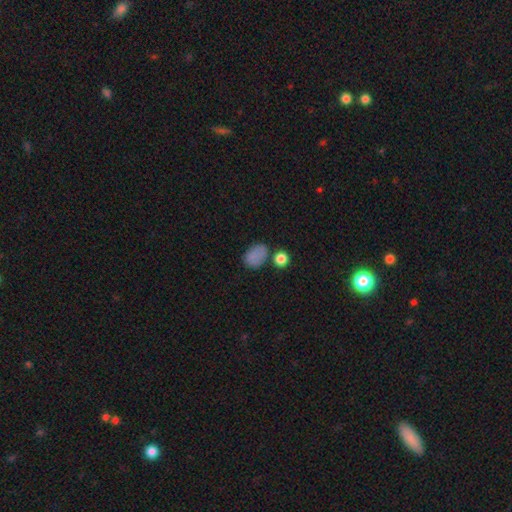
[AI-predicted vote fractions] A smooth galaxy with no disk features (80%) that is in between round and cigar-shaped (78%). Merging: none (57%).